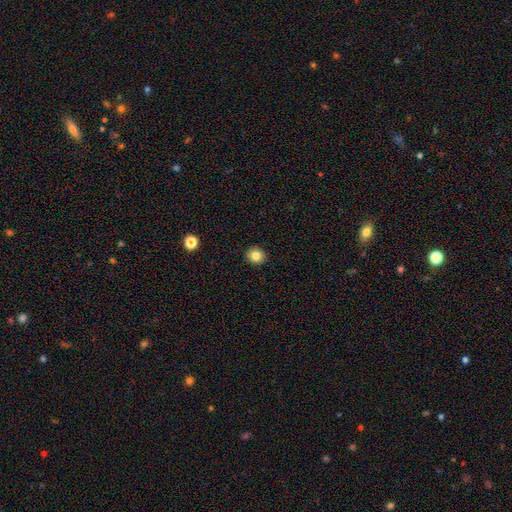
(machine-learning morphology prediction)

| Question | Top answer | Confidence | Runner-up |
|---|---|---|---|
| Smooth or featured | smooth | 83% | star or artifact (11%) |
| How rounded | round | 84% | in between (15%) |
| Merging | none | 92% | minor disturbance (6%) |